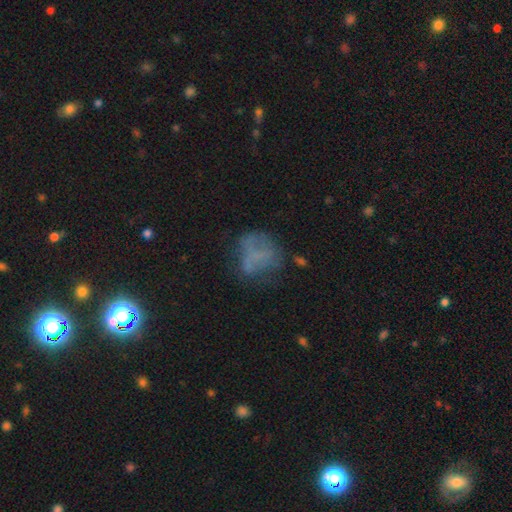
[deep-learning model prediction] smooth-or-featured: smooth: 46% | featured or disk: 35% | star or artifact: 20%
  merging: none: 45% | major disturbance: 25% | minor disturbance: 24% | merger: 6%